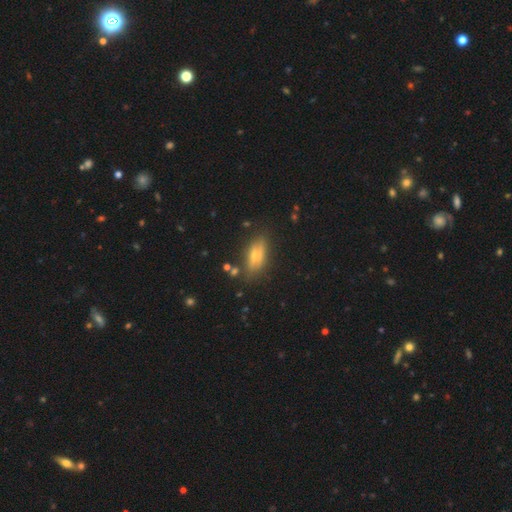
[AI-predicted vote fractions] Q: Smooth or featured?
A: smooth (45%); runner-up: featured or disk (44%)
Q: Merging?
A: none (72%); runner-up: minor disturbance (19%)